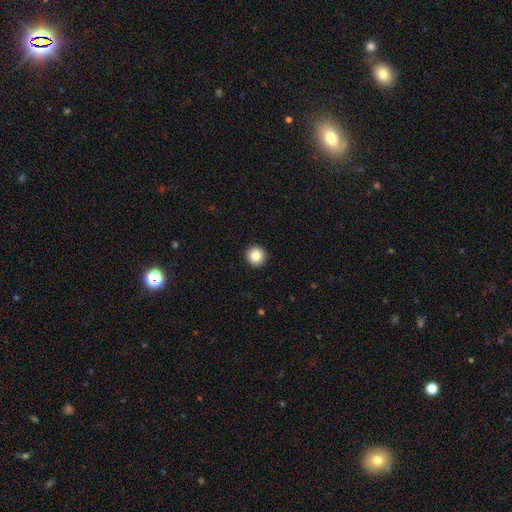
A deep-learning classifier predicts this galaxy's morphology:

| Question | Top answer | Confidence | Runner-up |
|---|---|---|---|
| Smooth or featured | smooth | 85% | star or artifact (9%) |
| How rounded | round | 95% | in between (4%) |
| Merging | none | 94% | minor disturbance (4%) |